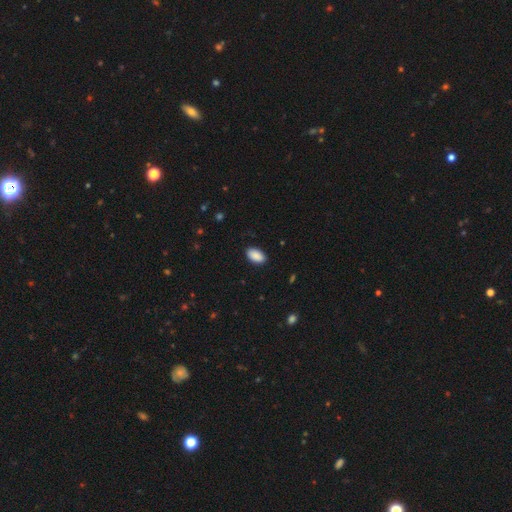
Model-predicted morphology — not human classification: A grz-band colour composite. It shows a smooth galaxy with no disk features (90%) that is in between round and cigar-shaped (95%). Merging: none (89%).